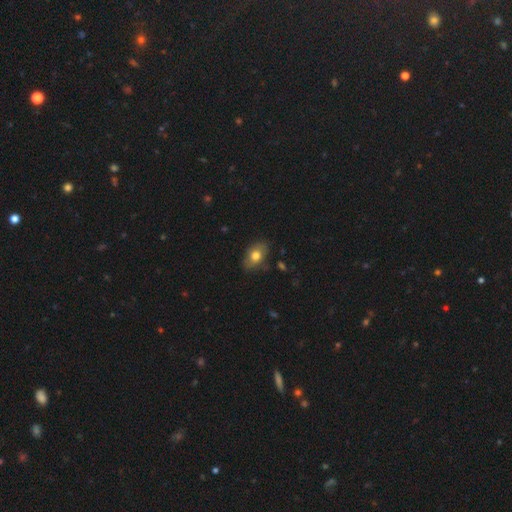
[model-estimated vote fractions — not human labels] Morphology: type=smooth (73%); roundness=in between (84%); merging=none (79%).